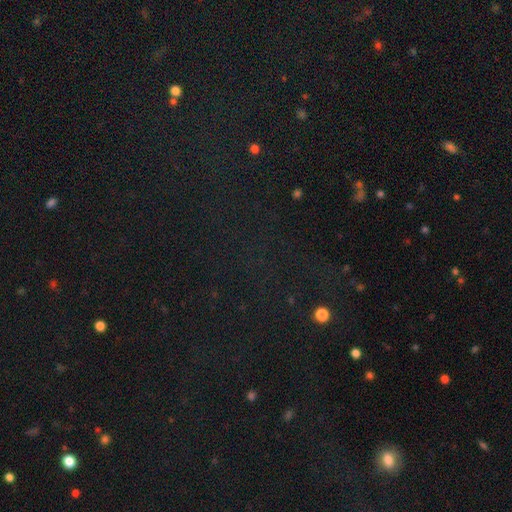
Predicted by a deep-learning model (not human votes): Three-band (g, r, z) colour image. It shows a star or artifact, not a galaxy (76%).